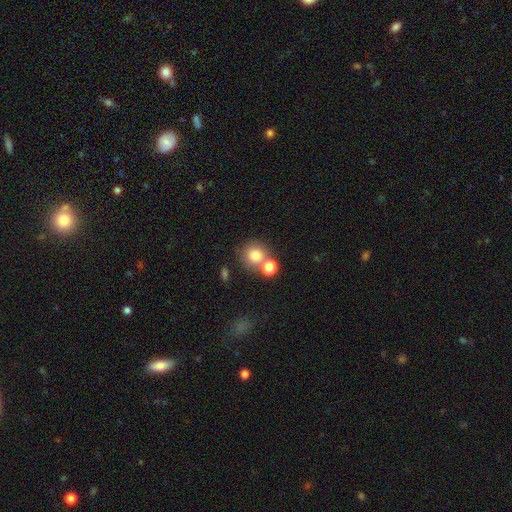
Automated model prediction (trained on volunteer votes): smooth-or-featured: smooth: 78% | star or artifact: 12% | featured or disk: 10%
  how-rounded: round: 87% | in between: 12% | cigar-shaped: 1%
  merging: none: 56% | merger: 32% | minor disturbance: 9% | major disturbance: 4%